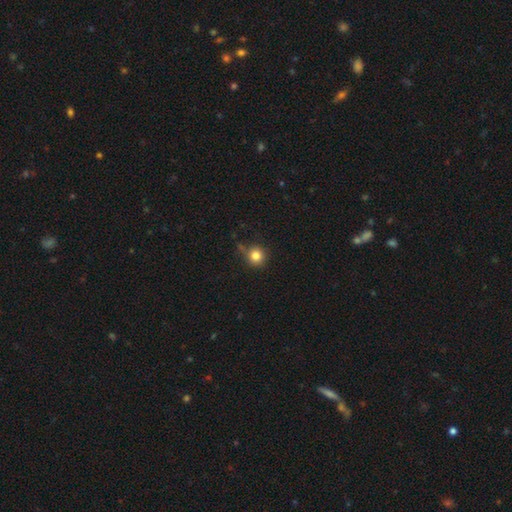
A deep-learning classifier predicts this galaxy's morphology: The model was most divided on "merging": none: 74%, minor disturbance: 17%, major disturbance: 5%, merger: 4%. More confident: how rounded — round (92%); smooth or featured — smooth (82%).